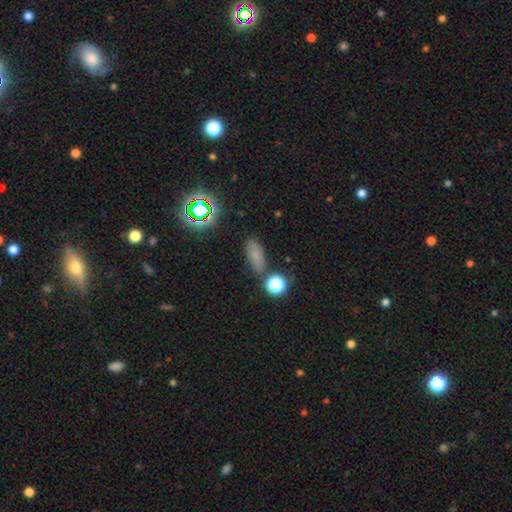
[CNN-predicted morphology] Smooth or featured? Predicted: smooth (p=0.71). How rounded? Predicted: in between (p=0.73). Merging? Predicted: none (p=0.79).